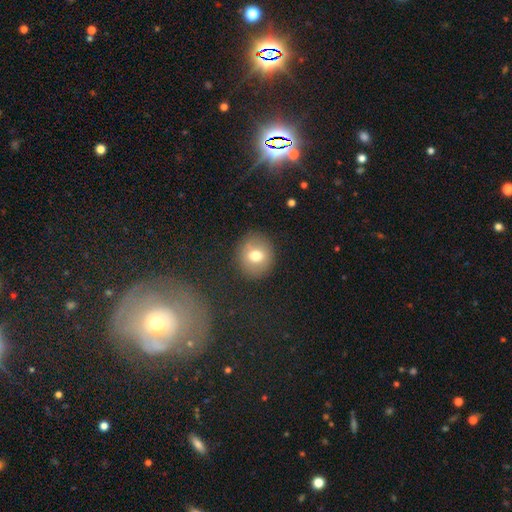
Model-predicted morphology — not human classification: smooth 70%, featured or disk 20%, star or artifact 11%. Down the decision tree: how rounded — round (79%); merging — none (86%).